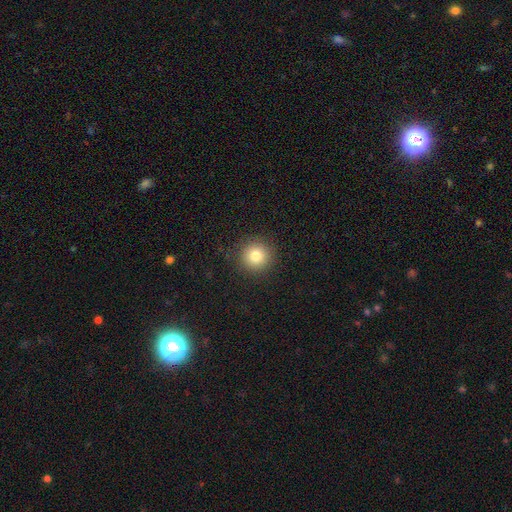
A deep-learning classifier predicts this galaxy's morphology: The model was most divided on "smooth or featured": smooth: 81%, star or artifact: 12%, featured or disk: 7%. More confident: how rounded — round (95%); merging — none (91%).